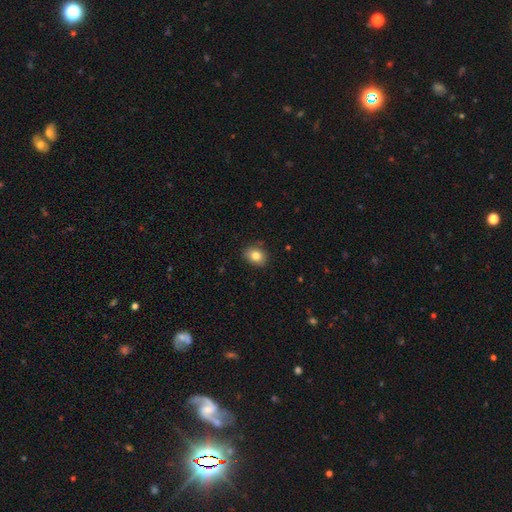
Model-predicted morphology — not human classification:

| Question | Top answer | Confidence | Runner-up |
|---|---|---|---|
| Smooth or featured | smooth | 82% | star or artifact (10%) |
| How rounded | in between | 54% | round (45%) |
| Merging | none | 85% | minor disturbance (12%) |